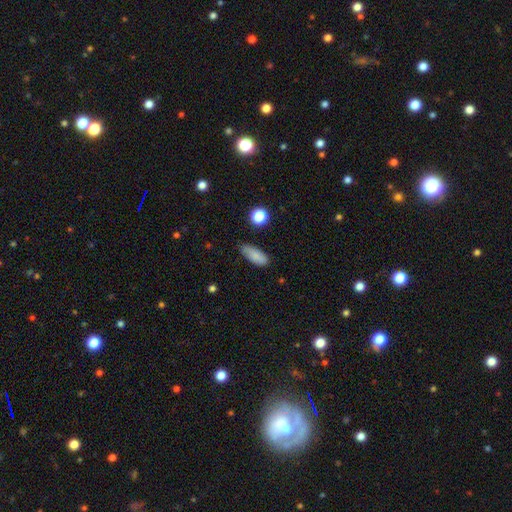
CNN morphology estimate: The model was most divided on "merging": none: 70%, minor disturbance: 23%, major disturbance: 4%, merger: 2%. More confident: smooth or featured — smooth (84%); how rounded — in between (79%).